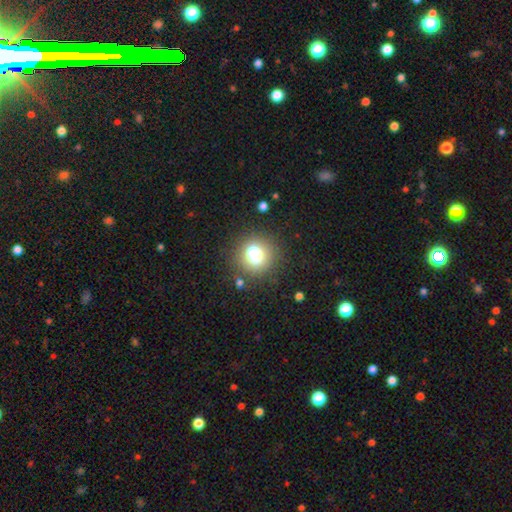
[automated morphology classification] A smooth galaxy with no disk features (69%) that is round (86%).

Vote fractions:
- Smooth or featured? smooth: 69% / star or artifact: 17% / featured or disk: 14%
- How rounded? round: 86% / in between: 13% / cigar-shaped: 1%
- Merging? none: 73% / merger: 12% / minor disturbance: 10% / major disturbance: 5%